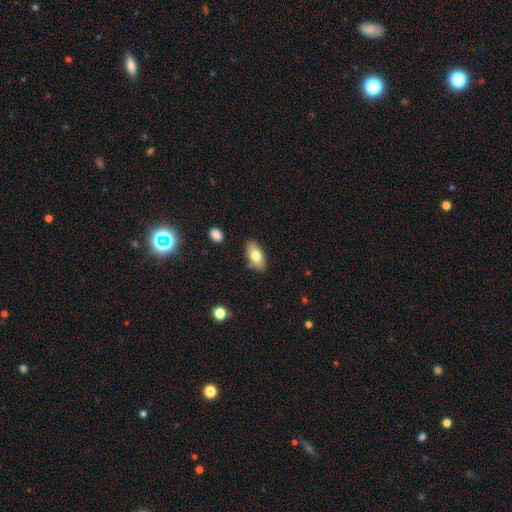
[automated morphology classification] smooth-or-featured: smooth: 75% | featured or disk: 18% | star or artifact: 7%
  how-rounded: in between: 90% | cigar-shaped: 6% | round: 4%
  merging: none: 83% | minor disturbance: 12% | merger: 2% | major disturbance: 2%